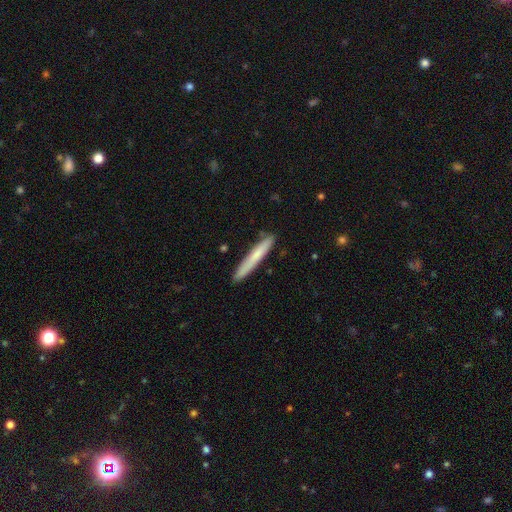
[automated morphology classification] A smooth galaxy with no disk features (66%) that is cigar-shaped (96%).

Vote fractions:
- Smooth or featured? smooth: 66% / featured or disk: 29% / star or artifact: 6%
- How rounded? cigar-shaped: 96% / in between: 3% / round: 1%
- Merging? none: 88% / minor disturbance: 9% / major disturbance: 2% / merger: 1%